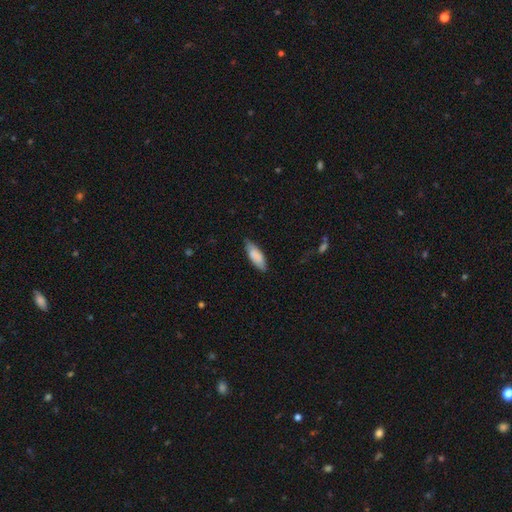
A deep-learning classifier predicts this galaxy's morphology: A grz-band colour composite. It shows a smooth galaxy with no disk features (83%) that is in between round and cigar-shaped (67%). Merging: none (75%).